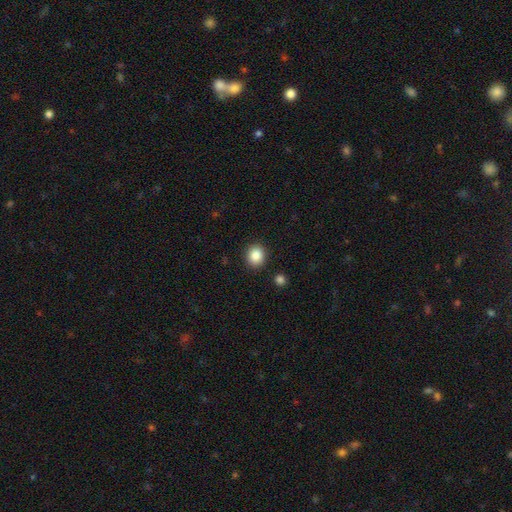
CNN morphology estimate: This is clearly a smooth galaxy (87%). How rounded: likely round (79%). Merging: clearly none (89%).